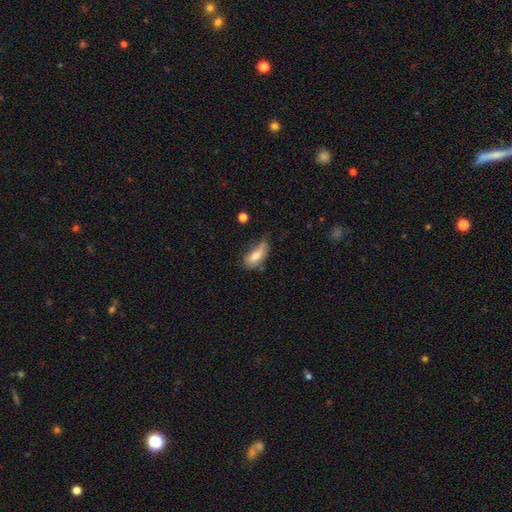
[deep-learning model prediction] smooth-or-featured: smooth: 73% | featured or disk: 19% | star or artifact: 8%
  how-rounded: in between: 82% | cigar-shaped: 15% | round: 3%
  merging: none: 43% | minor disturbance: 39% | major disturbance: 14% | merger: 4%